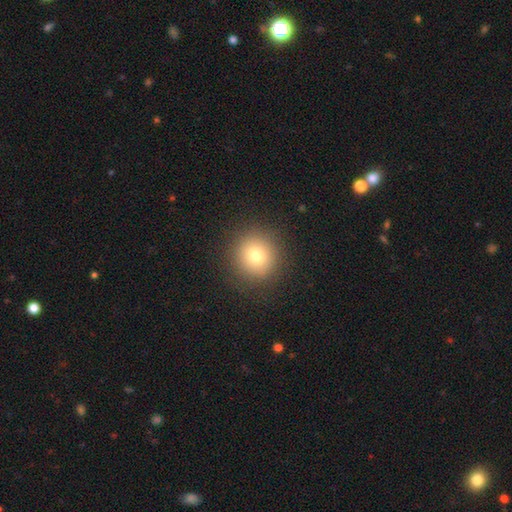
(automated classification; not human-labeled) Smooth or featured? Predicted: smooth (p=0.77). How rounded? Predicted: round (p=0.93). Merging? Predicted: none (p=0.91).